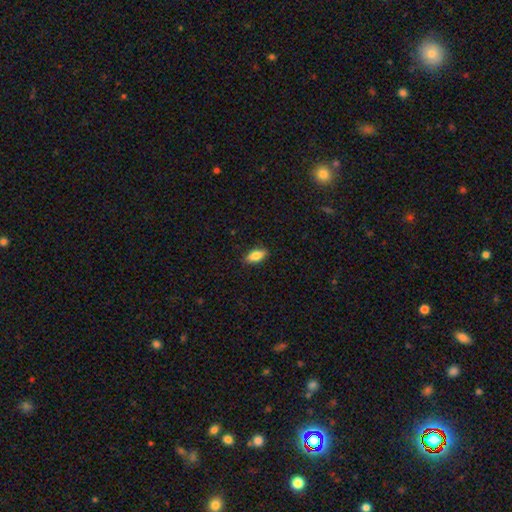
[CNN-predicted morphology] This is likely a smooth galaxy (80%). How rounded: clearly in between (85%). Merging: clearly none (88%).